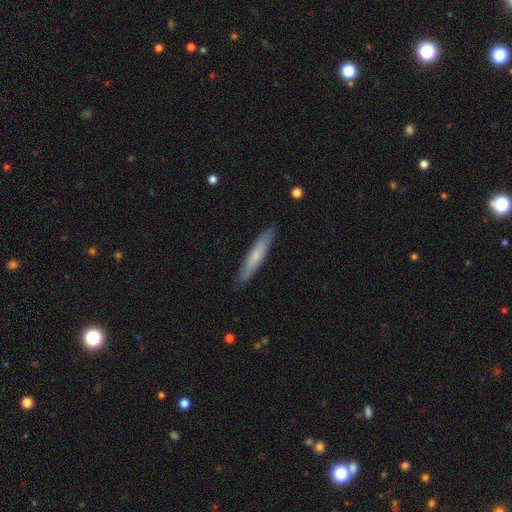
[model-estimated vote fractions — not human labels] A smooth galaxy with no disk features (61%) that is cigar-shaped (92%).

Vote fractions:
- Smooth or featured? smooth: 61% / featured or disk: 34% / star or artifact: 5%
- How rounded? cigar-shaped: 92% / in between: 7% / round: 1%
- Merging? none: 88% / minor disturbance: 9% / major disturbance: 2% / merger: 1%